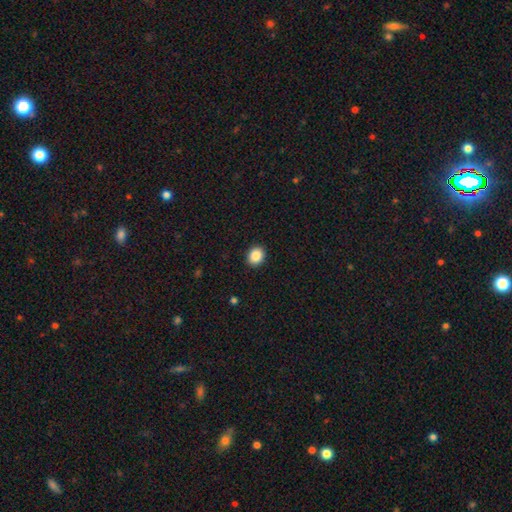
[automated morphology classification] Smooth or featured: smooth — 88% (star or artifact — 8%)
How rounded: round — 53% (in between — 46%)
Merging: none — 91% (minor disturbance — 6%)